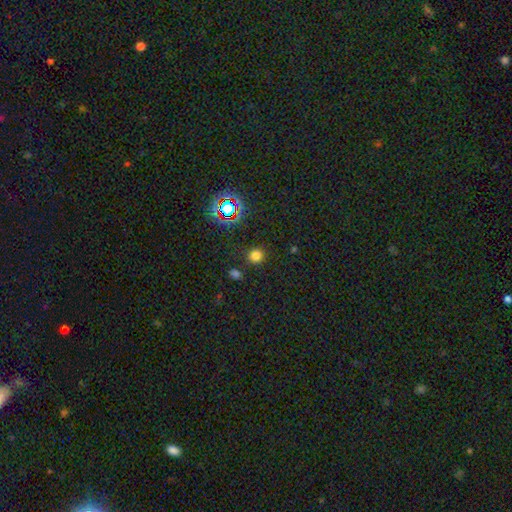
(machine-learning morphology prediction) Smooth or featured? Predicted: smooth (p=0.73). How rounded? Predicted: round (p=0.91). Merging? Predicted: none (p=0.87).